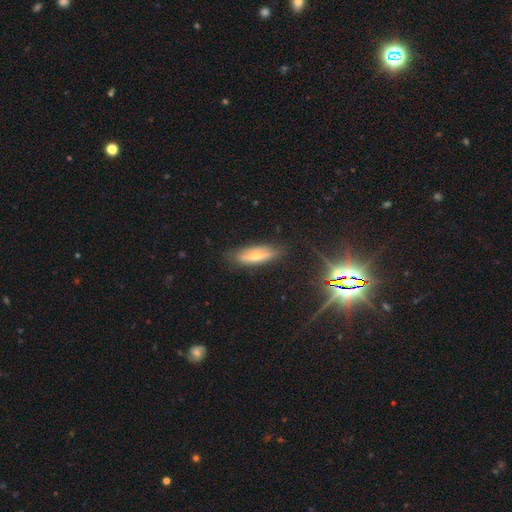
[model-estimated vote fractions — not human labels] This is possibly a smooth galaxy (47%). Merging: likely none (80%).